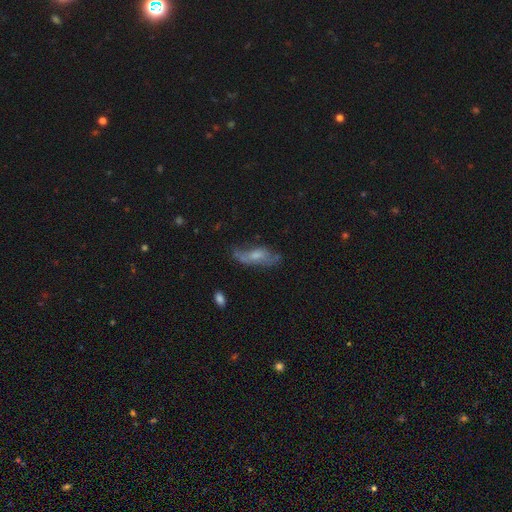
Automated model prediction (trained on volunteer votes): The model was most divided on "smooth or featured": featured or disk: 49%, smooth: 42%, star or artifact: 9%. Remaining: merging — none (45%).